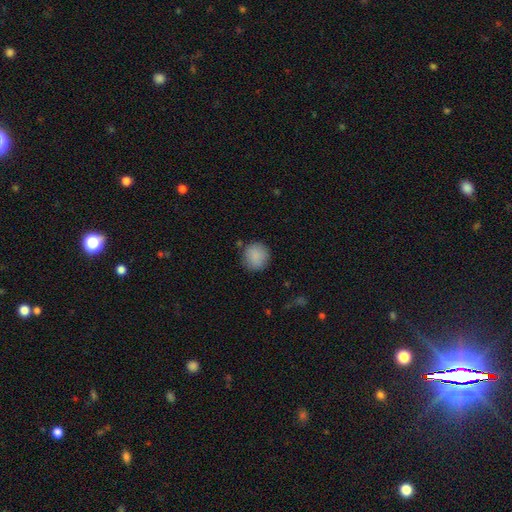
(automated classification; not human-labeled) This is clearly a smooth galaxy (88%). How rounded: clearly round (90%). Merging: clearly none (83%).